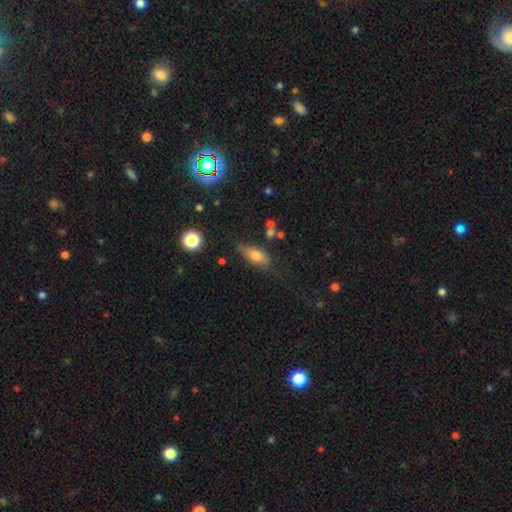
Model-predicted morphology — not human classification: The model was most divided on "merging": none: 59%, minor disturbance: 27%, major disturbance: 9%, merger: 5%. More confident: how rounded — in between (79%); smooth or featured — smooth (67%).